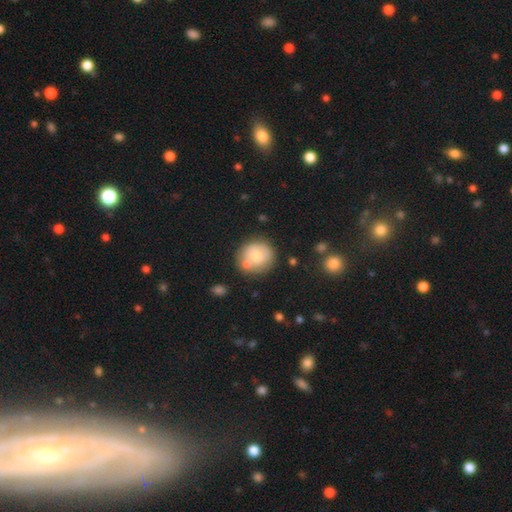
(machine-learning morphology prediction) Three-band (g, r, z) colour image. It shows a smooth galaxy with no disk features (70%) that is round (83%). Merging: none (62%).